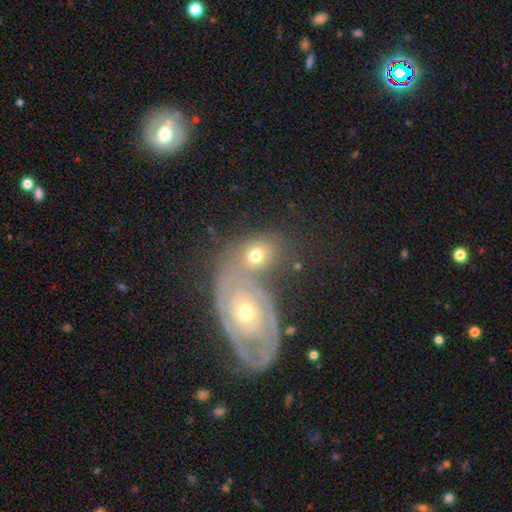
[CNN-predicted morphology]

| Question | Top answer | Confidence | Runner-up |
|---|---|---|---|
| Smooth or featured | smooth | 45% | featured or disk (44%) |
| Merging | merger | 41% | tied: none (41%) |